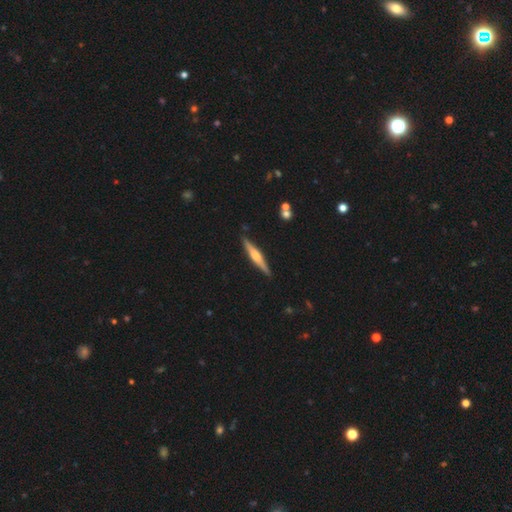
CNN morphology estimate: Smooth or featured: featured or disk — 67% (smooth — 28%)
Edge-on disk: yes — 98% (no — 2%)
Edge-on bulge: rounded — 72% (boxy — 20%)
Merging: none — 89% (minor disturbance — 7%)